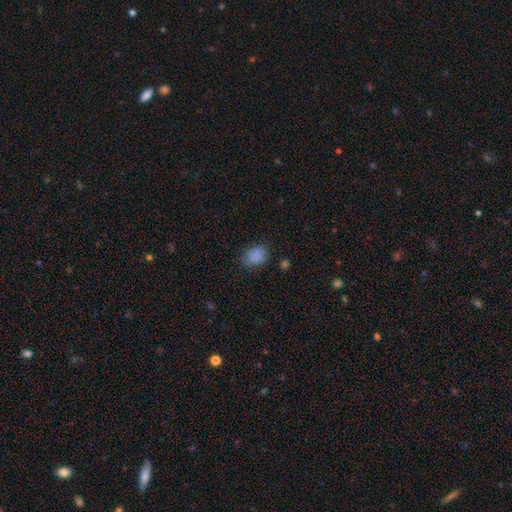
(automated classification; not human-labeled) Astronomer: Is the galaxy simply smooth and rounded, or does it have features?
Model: smooth — 85%.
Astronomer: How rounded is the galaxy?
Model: in between — 58% (runner-up: round, 41%).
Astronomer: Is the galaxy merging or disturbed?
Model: none — 77%.